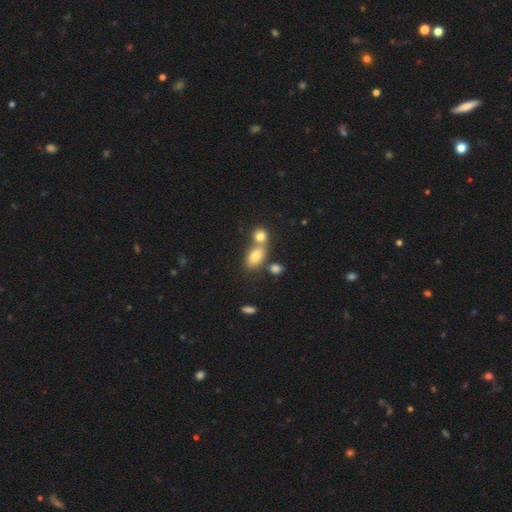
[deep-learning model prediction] A smooth galaxy with no disk features (77%) that is in between round and cigar-shaped (80%). Merging: merger (51%).